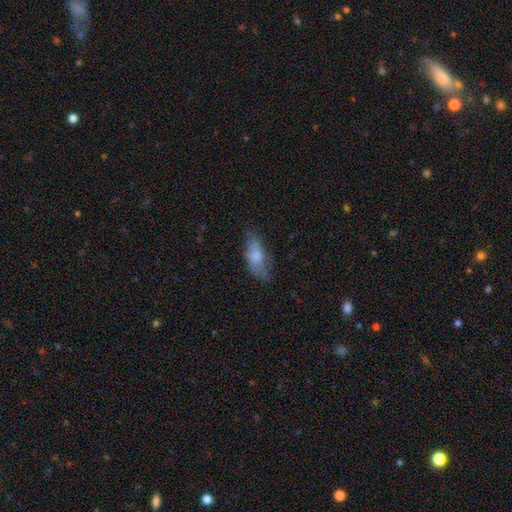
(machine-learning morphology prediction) The model was most divided on "merging": none: 54%, minor disturbance: 30%, major disturbance: 14%, merger: 2%. More confident: how rounded — in between (79%); smooth or featured — smooth (69%).